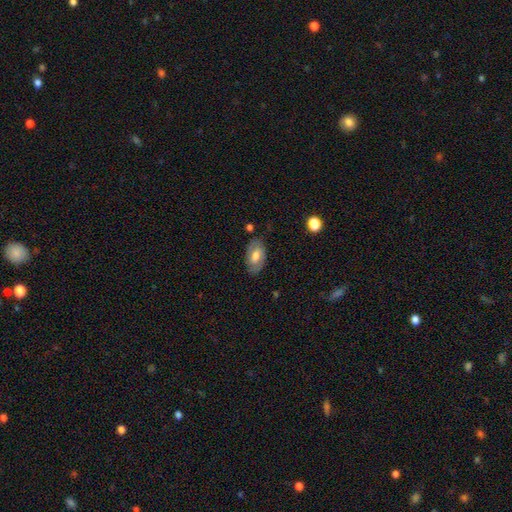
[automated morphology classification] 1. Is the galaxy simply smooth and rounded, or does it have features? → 49% smooth, 44% featured or disk, 7% star or artifact.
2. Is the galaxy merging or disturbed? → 80% none, 14% minor disturbance, 4% major disturbance, 2% merger.